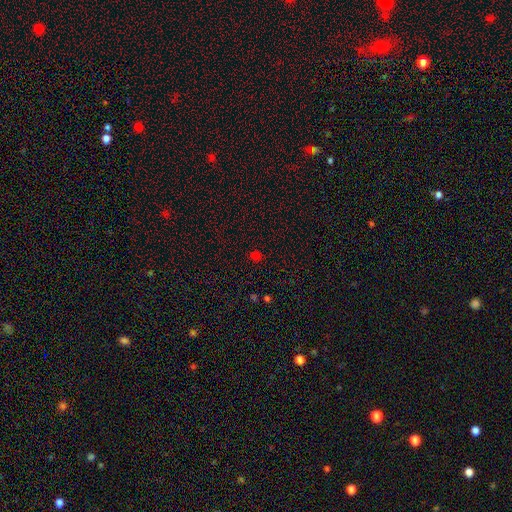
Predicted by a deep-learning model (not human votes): A smooth galaxy with no disk features (63%) that is round (75%).

Vote fractions:
- Smooth or featured? smooth: 63% / star or artifact: 33% / featured or disk: 5%
- How rounded? round: 75% / in between: 24% / cigar-shaped: 1%
- Merging? none: 84% / minor disturbance: 10% / major disturbance: 3% / merger: 2%